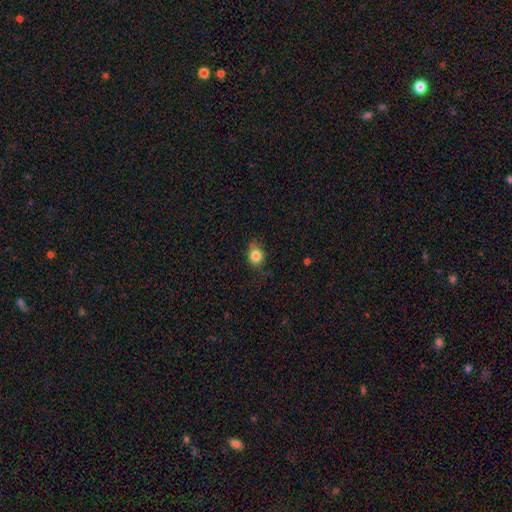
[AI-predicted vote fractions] Overall: smooth (81%). How rounded: round (62%; in between 36%). Merging: none (66%; minor disturbance 26%).